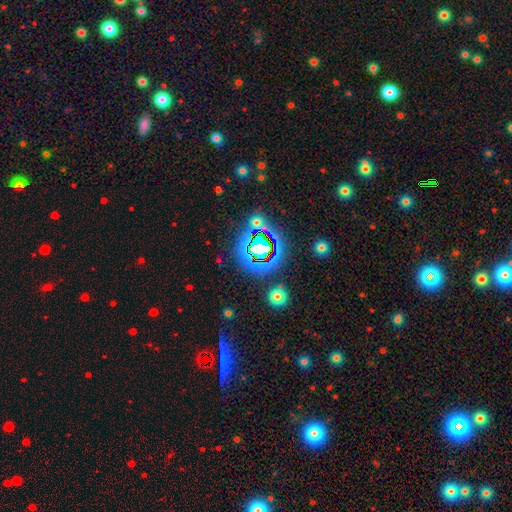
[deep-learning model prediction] Smooth or featured: star or artifact — 77% (smooth — 13%)